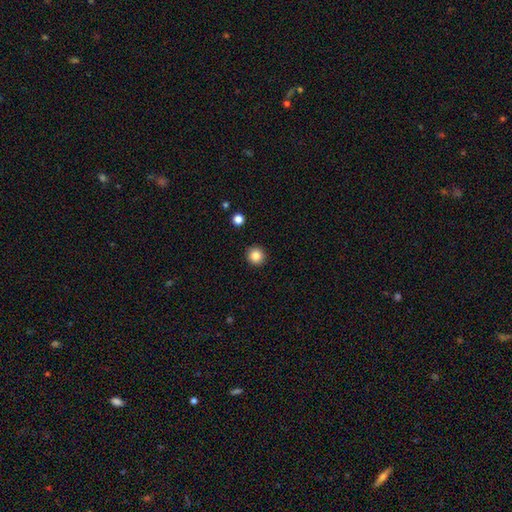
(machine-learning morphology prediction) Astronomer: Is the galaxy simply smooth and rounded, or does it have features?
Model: smooth — 85%.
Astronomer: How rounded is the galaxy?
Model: round — 94%.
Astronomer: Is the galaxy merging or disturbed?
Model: none — 92%.